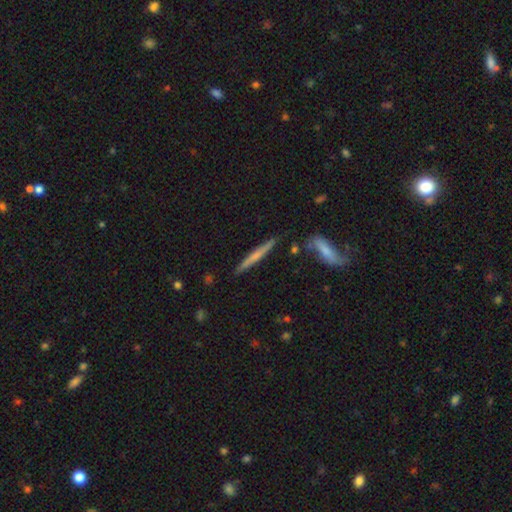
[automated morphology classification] This is possibly a smooth galaxy (47%, tied with featured or disk). Merging: clearly none (85%).